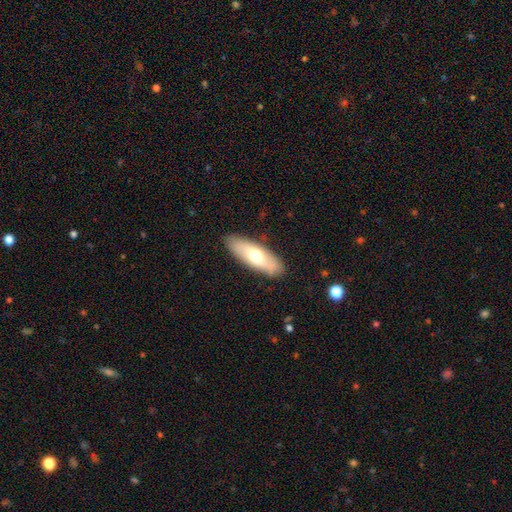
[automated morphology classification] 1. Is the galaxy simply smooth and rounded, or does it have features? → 59% smooth, 36% featured or disk, 5% star or artifact.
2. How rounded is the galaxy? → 64% in between, 33% cigar-shaped, 2% round.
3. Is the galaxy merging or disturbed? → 86% none, 10% minor disturbance, 2% major disturbance, 1% merger.